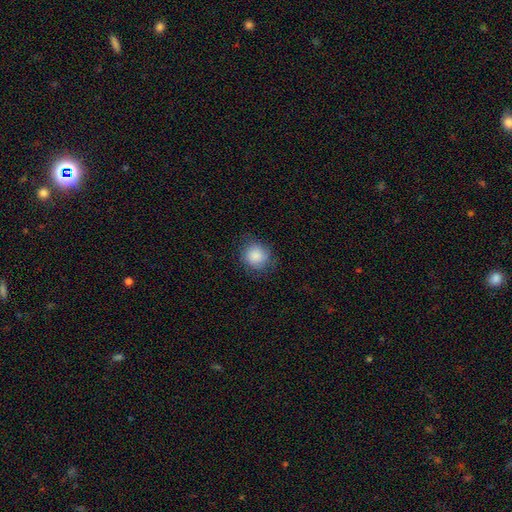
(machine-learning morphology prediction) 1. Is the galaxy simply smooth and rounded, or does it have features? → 86% smooth, 8% star or artifact, 6% featured or disk.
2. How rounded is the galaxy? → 87% round, 12% in between, 1% cigar-shaped.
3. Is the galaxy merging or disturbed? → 79% none, 15% minor disturbance, 5% major disturbance, 1% merger.